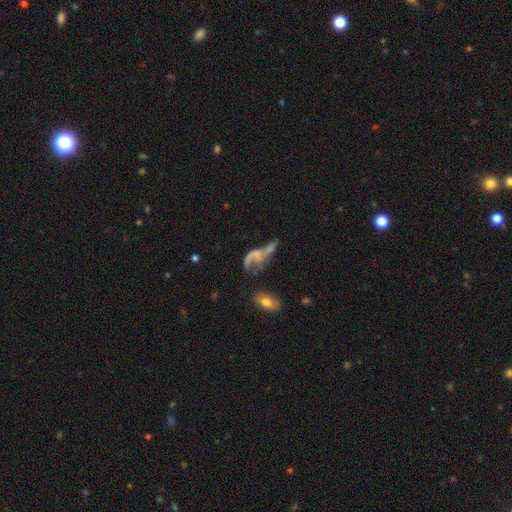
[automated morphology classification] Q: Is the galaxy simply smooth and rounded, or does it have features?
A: featured or disk — 60%.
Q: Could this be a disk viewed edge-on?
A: no — 94%.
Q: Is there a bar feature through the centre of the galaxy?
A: no — 73%.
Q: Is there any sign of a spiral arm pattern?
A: yes — 59%.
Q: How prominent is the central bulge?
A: none — 67%.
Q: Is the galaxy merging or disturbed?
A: major disturbance — 36%.